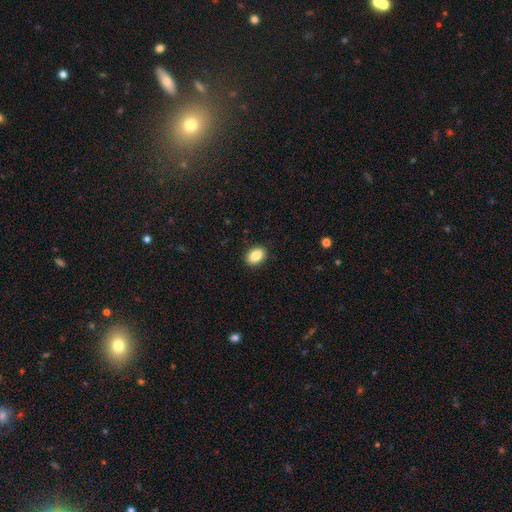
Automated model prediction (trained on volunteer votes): This is clearly a smooth galaxy (88%). How rounded: clearly in between (82%). Merging: clearly none (90%).